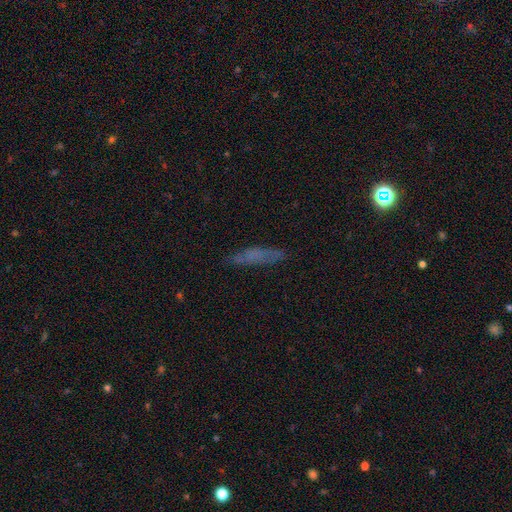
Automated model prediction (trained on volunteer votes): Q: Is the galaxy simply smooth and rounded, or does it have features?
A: smooth — 54%.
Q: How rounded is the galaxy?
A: cigar-shaped — 80%.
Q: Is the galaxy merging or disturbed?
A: none — 76%.